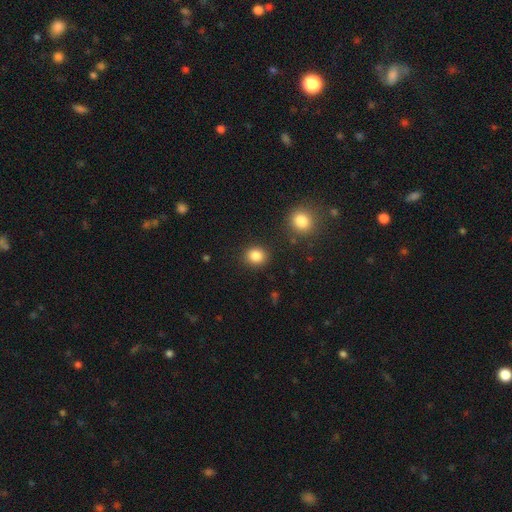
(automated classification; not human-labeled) Q: Smooth or featured?
A: smooth (85%); runner-up: star or artifact (10%)
Q: How rounded?
A: round (77%); runner-up: in between (22%)
Q: Merging?
A: none (88%); runner-up: minor disturbance (7%)